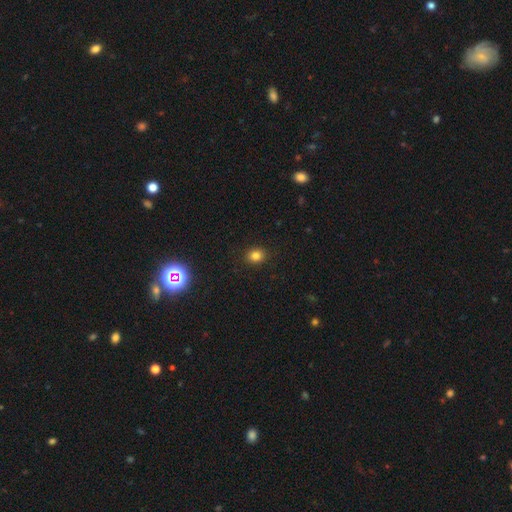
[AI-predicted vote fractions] Smooth or featured? Predicted: smooth (p=0.81). How rounded? Predicted: round (p=0.63). Merging? Predicted: none (p=0.90).